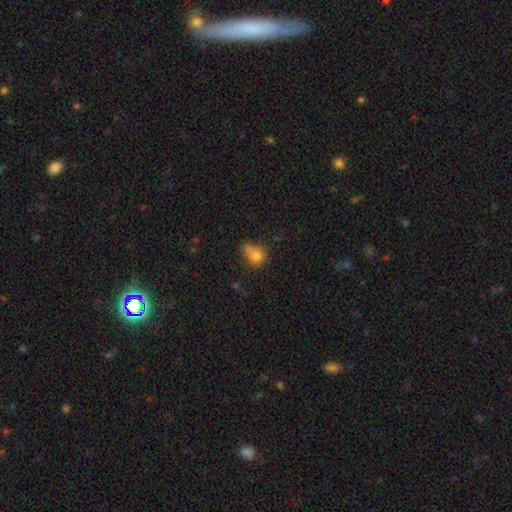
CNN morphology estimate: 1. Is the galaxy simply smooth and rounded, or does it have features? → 76% smooth, 12% star or artifact, 12% featured or disk.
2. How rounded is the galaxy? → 52% in between, 46% round, 2% cigar-shaped.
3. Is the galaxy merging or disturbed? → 31% none, 26% minor disturbance, 26% merger, 17% major disturbance.